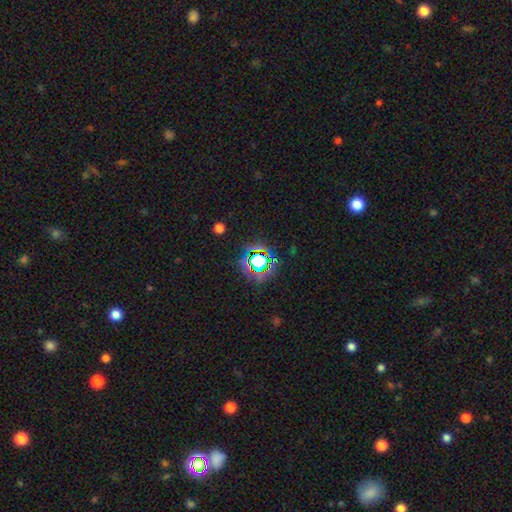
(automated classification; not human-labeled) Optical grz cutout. It shows a star or artifact, not a galaxy (76%).